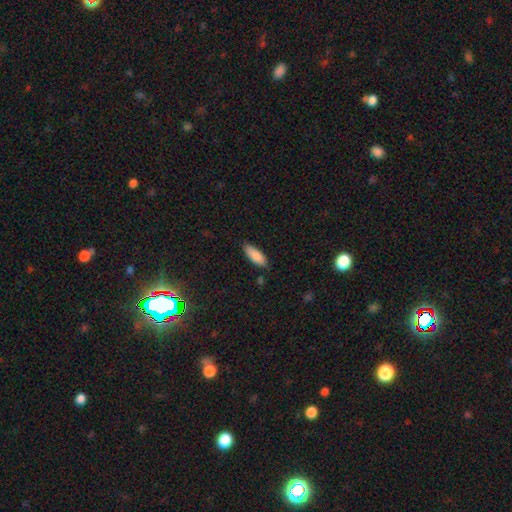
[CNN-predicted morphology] Smooth or featured? smooth (87%)
How rounded? in between (71%)
Merging? none (78%)